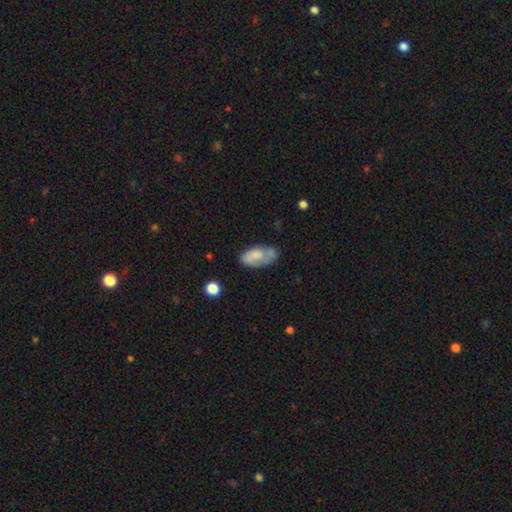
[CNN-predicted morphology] Smooth or featured: smooth — 67% (featured or disk — 26%)
How rounded: in between — 91% (cigar-shaped — 5%)
Merging: none — 48% (minor disturbance — 30%)